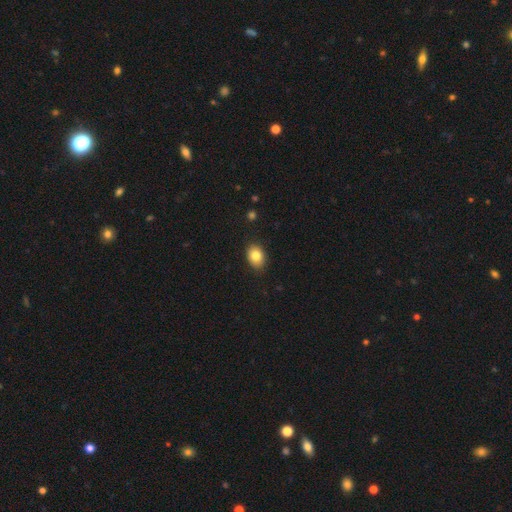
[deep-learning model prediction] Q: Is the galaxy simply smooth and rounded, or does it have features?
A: smooth — 84%.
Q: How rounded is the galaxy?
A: in between — 69%.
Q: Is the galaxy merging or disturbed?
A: none — 87%.